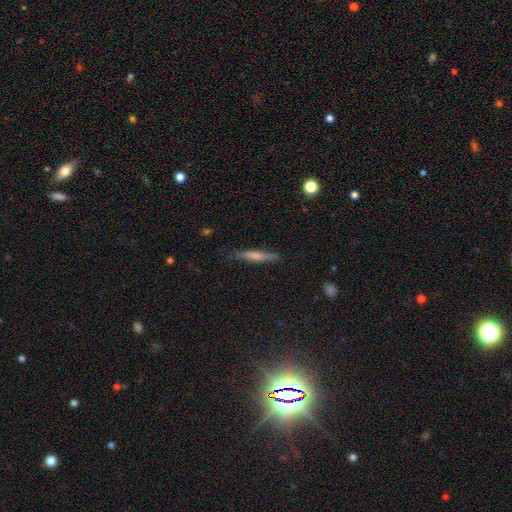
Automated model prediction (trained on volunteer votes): The model was most divided on "smooth or featured": smooth: 52%, featured or disk: 40%, star or artifact: 7%. More confident: how rounded — cigar-shaped (93%); merging — none (82%).